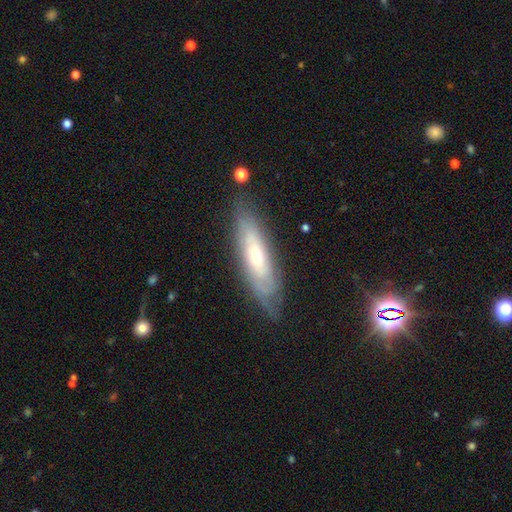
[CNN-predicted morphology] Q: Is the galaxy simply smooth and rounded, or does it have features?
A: featured or disk — 67%.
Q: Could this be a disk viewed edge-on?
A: no — 65%.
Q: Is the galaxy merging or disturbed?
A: none — 77%.